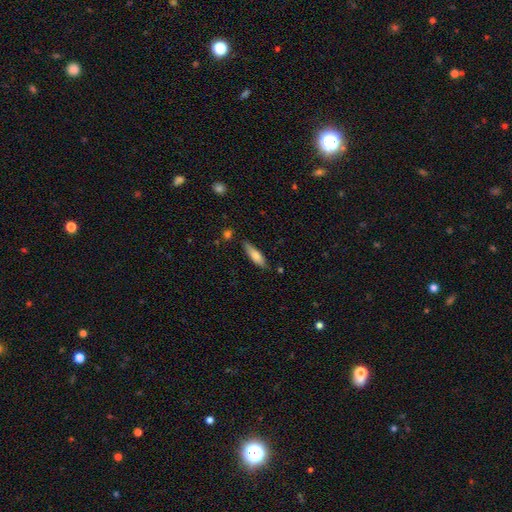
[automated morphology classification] Smooth or featured? Predicted: smooth (p=0.74). How rounded? Predicted: cigar-shaped (p=0.63). Merging? Predicted: none (p=0.77).